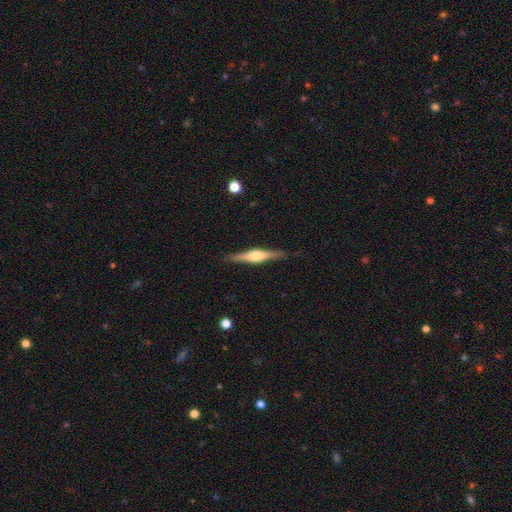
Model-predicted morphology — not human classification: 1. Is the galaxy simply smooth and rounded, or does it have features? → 73% featured or disk, 22% smooth, 5% star or artifact.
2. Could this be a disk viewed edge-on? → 98% yes, 2% no.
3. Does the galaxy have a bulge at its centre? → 90% rounded, 7% boxy, 2% none.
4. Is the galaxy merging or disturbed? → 89% none, 8% minor disturbance, 2% major disturbance, 1% merger.